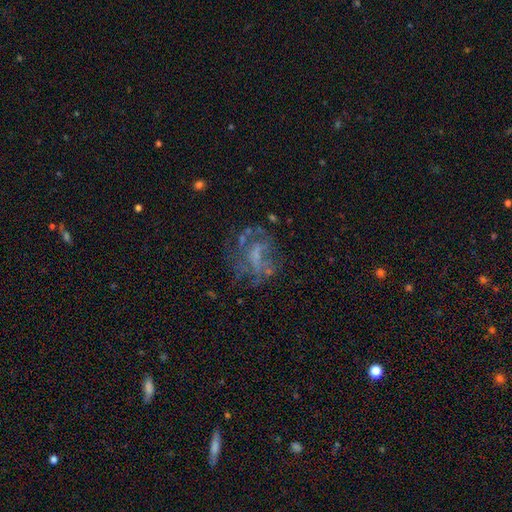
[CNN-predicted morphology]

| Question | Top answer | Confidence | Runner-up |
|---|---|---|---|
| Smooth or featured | featured or disk | 62% | smooth (20%) |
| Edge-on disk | no | 97% | yes (3%) |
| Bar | no | 63% | weak (29%) |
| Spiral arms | no | 58% | yes (42%) |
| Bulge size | none | 52% | small (28%) |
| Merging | none | 49% | major disturbance (29%) |